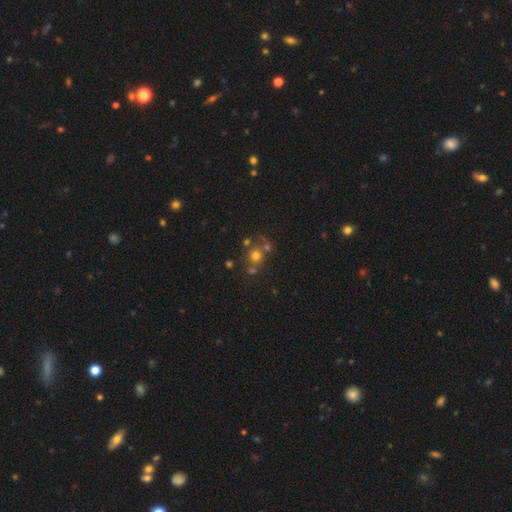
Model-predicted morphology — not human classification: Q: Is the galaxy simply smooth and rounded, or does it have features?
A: smooth — 64%.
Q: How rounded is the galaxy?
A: round — 88%.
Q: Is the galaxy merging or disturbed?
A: none — 59%.